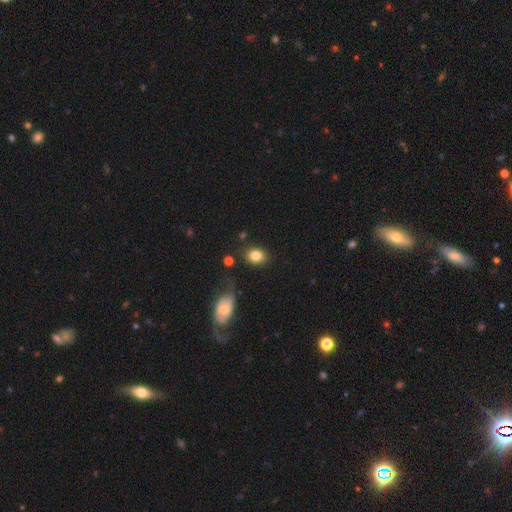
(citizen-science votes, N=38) This is clearly a smooth galaxy (84%). How rounded: possibly round (56%). Merging: clearly none (81%).